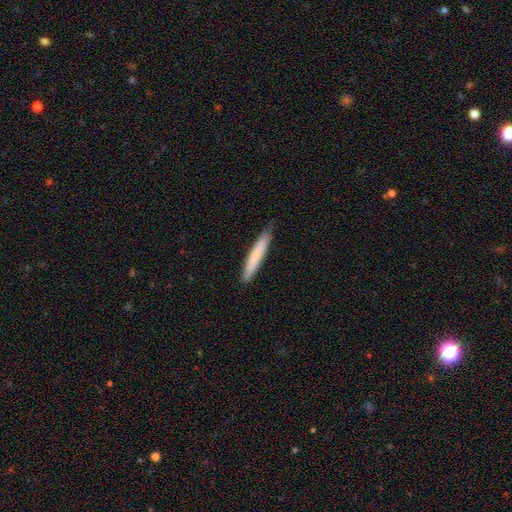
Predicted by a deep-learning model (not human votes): A smooth galaxy with no disk features (75%) that is cigar-shaped (95%). Merging: none (86%).